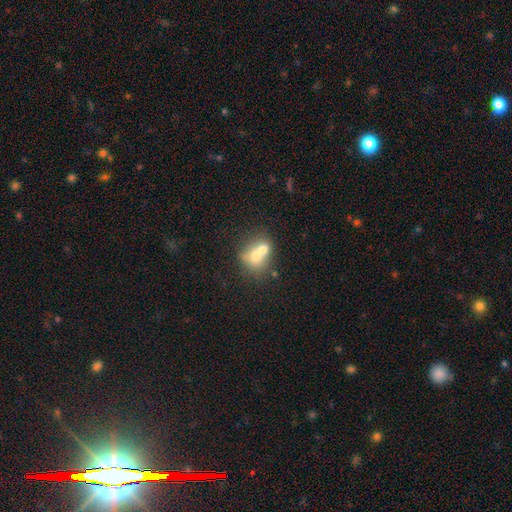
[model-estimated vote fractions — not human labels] A smooth galaxy with no disk features (63%) that is round (60%).

Vote fractions:
- Smooth or featured? smooth: 63% / featured or disk: 26% / star or artifact: 11%
- How rounded? round: 60% / in between: 39% / cigar-shaped: 1%
- Merging? merger: 68% / none: 22% / minor disturbance: 7% / major disturbance: 4%